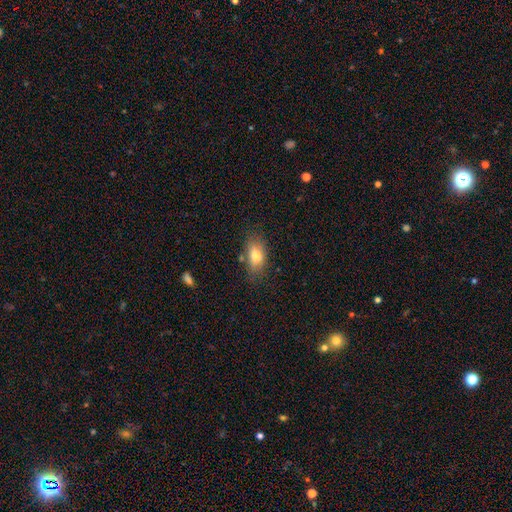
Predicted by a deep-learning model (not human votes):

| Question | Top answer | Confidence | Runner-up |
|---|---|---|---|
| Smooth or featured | smooth | 76% | featured or disk (15%) |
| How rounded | in between | 86% | round (9%) |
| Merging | none | 71% | minor disturbance (19%) |